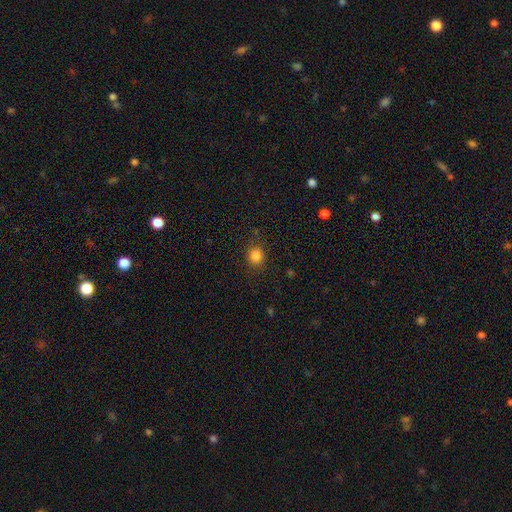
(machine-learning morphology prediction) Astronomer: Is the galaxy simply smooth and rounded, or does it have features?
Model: smooth — 84%.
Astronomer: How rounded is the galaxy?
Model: round — 76%.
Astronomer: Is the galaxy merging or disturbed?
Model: none — 84%.